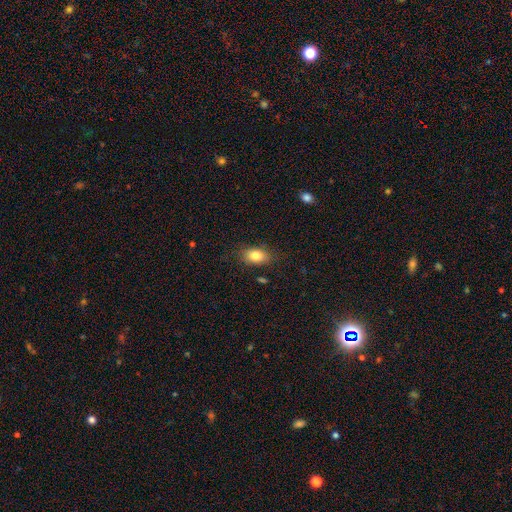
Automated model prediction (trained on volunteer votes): Smooth or featured? smooth (82%)
How rounded? in between (86%)
Merging? none (82%)